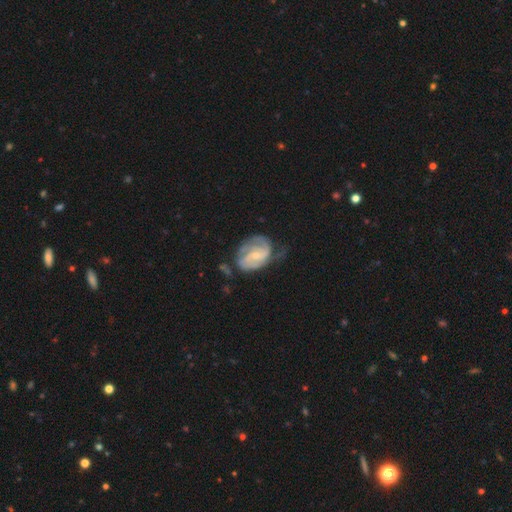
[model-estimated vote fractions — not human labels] Q: Smooth or featured?
A: featured or disk (84%); runner-up: smooth (11%)
Q: Edge-on disk?
A: no (98%); runner-up: yes (2%)
Q: Bar?
A: weak (46%); runner-up: no (45%)
Q: Spiral arms?
A: yes (95%); runner-up: no (5%)
Q: Spiral winding?
A: tight (46%); runner-up: medium (42%)
Q: Spiral arm count?
A: 2 (50%); runner-up: 3 (19%)
Q: Bulge size?
A: small (64%); runner-up: moderate (28%)
Q: Merging?
A: none (47%); runner-up: minor disturbance (29%)